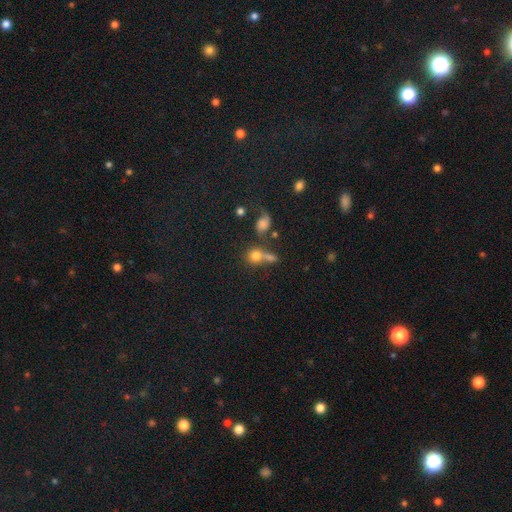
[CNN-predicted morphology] A smooth galaxy with no disk features (75%) that is round (78%). Merging: none (43%).